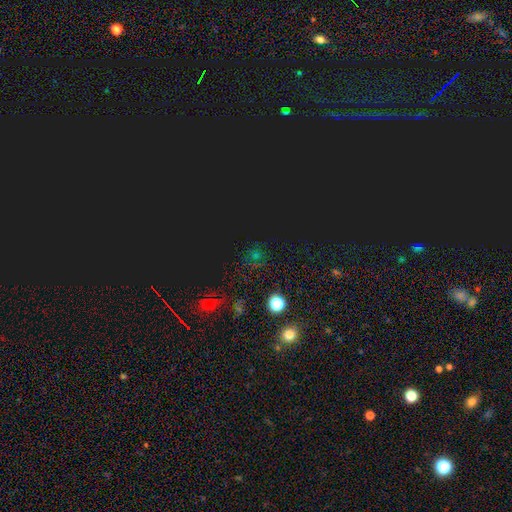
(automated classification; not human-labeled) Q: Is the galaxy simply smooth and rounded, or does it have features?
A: star or artifact — 67%.